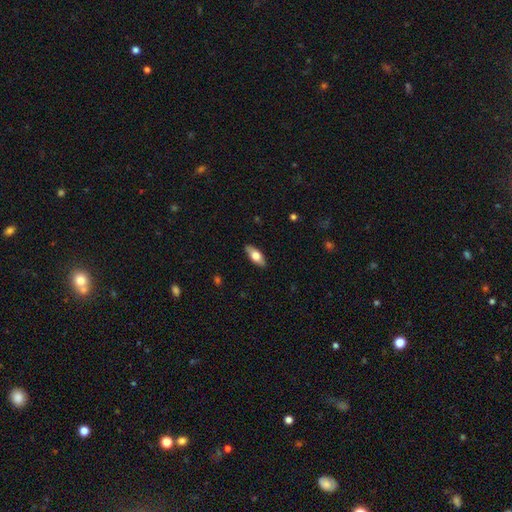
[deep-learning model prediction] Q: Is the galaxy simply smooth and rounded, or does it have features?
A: smooth — 64%.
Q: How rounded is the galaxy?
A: in between — 79%.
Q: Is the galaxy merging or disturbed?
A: none — 88%.